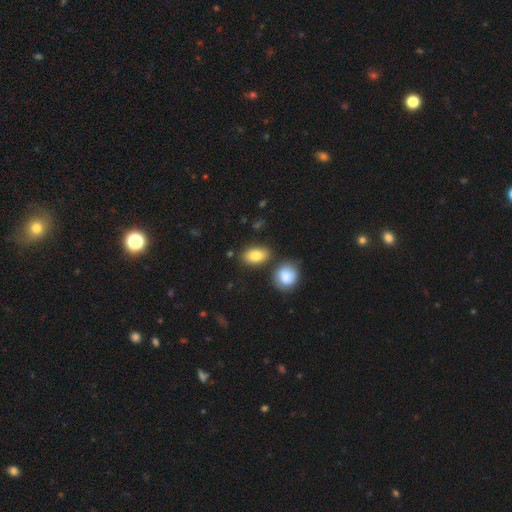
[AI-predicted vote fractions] smooth-or-featured: smooth: 83% | featured or disk: 9% | star or artifact: 8%
  how-rounded: in between: 87% | round: 11% | cigar-shaped: 2%
  merging: none: 77% | merger: 10% | minor disturbance: 10% | major disturbance: 3%